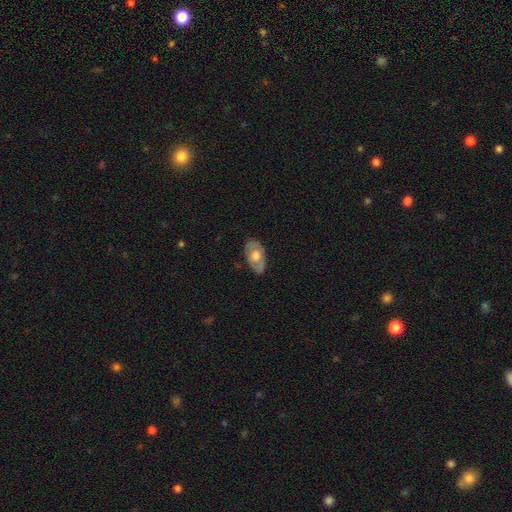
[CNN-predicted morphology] Smooth or featured? smooth (47%, tied with featured or disk)
Merging? none (77%)